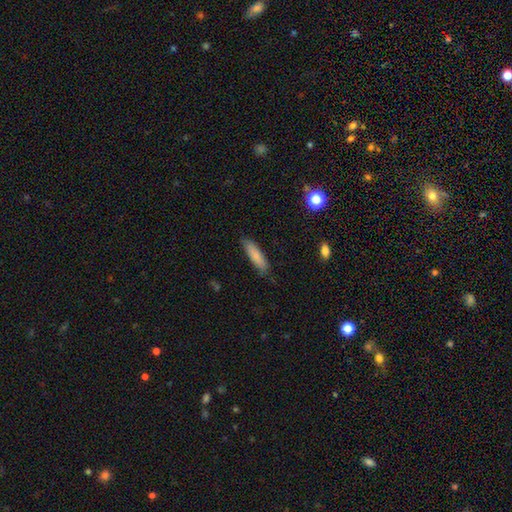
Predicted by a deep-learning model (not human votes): Morphology: type=smooth (82%); roundness=cigar-shaped (70%); merging=none (82%).